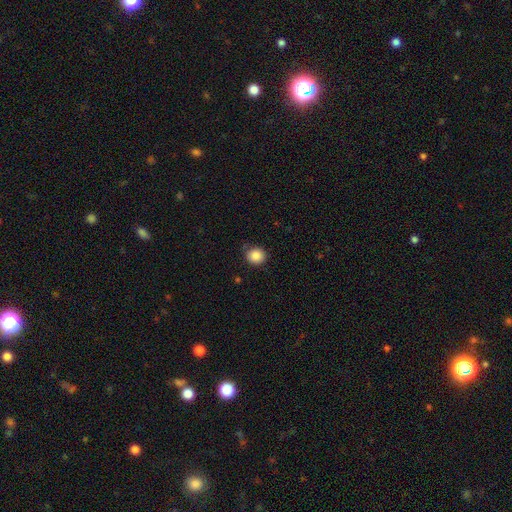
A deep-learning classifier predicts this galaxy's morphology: This is clearly a smooth galaxy (87%). How rounded: clearly round (85%). Merging: clearly none (84%).